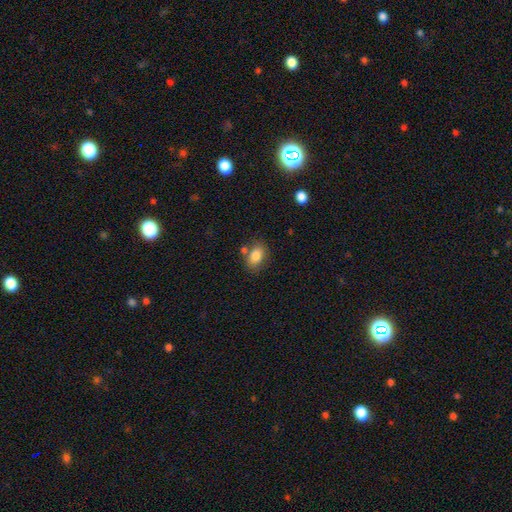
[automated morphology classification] smooth-or-featured: smooth: 82% | featured or disk: 10% | star or artifact: 9%
  how-rounded: in between: 77% | round: 22% | cigar-shaped: 2%
  merging: none: 69% | minor disturbance: 16% | merger: 11% | major disturbance: 4%